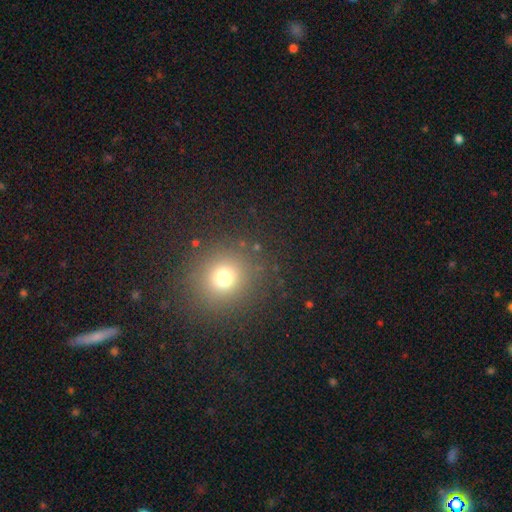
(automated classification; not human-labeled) This appears to be a smooth galaxy with no disk features (65%) that is round (90%). Merging: none (90%).